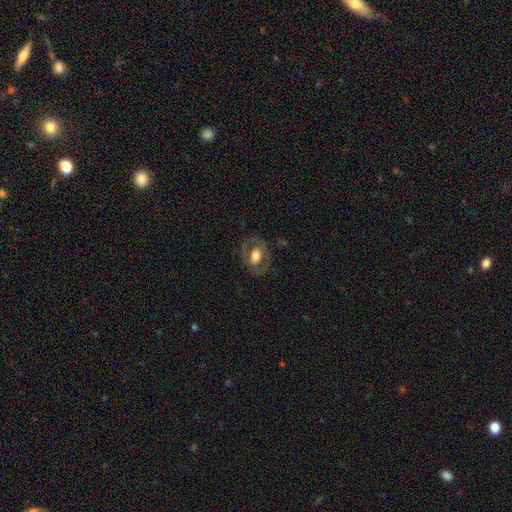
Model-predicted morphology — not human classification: type=featured or disk (47%); merging=none (72%).